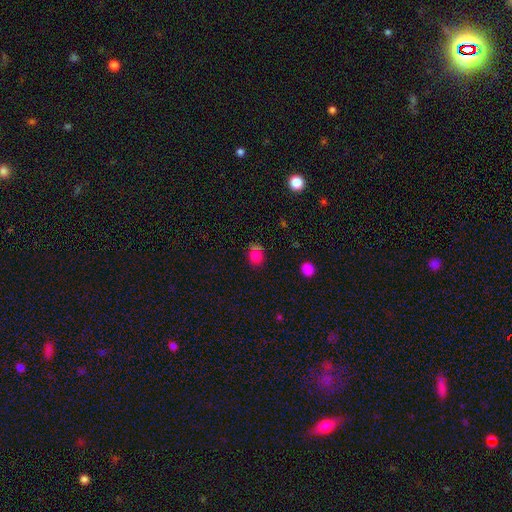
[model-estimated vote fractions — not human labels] Smooth or featured? Predicted: smooth (p=0.75). How rounded? Predicted: round (p=0.56). Merging? Predicted: none (p=0.66).